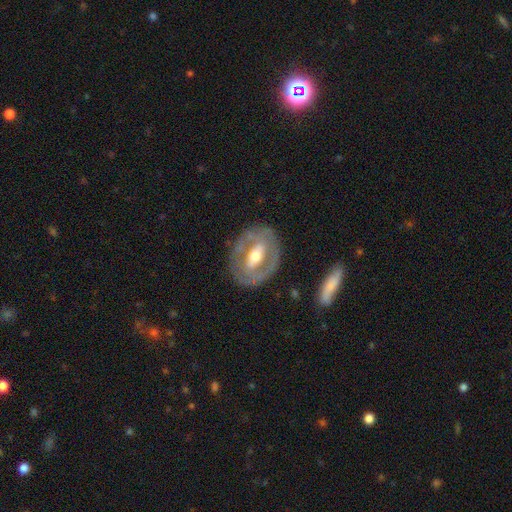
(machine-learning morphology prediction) Smooth or featured: featured or disk — 68% (smooth — 26%)
Edge-on disk: no — 91% (yes — 9%)
Bar: strong — 42% (weak — 30%)
Spiral arms: no — 70% (yes — 30%)
Bulge size: moderate — 65% (small — 18%)
Merging: none — 78% (minor disturbance — 14%)